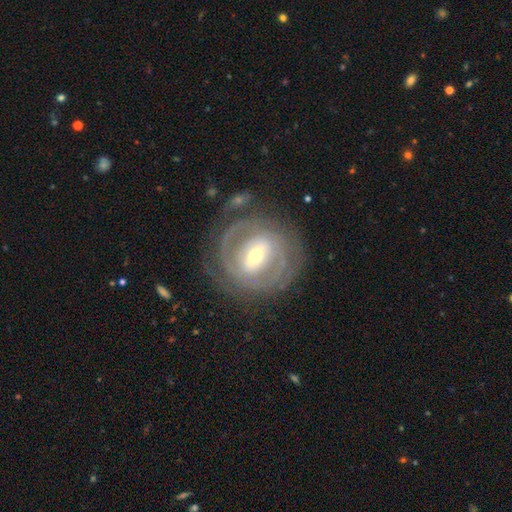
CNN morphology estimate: Smooth or featured? featured or disk (83%)
Edge-on disk? no (96%)
Bar? strong (46%)
Spiral arms? yes (85%)
Spiral winding? tight (66%)
Spiral arm count? 2 (44%)
Bulge size? moderate (47%)
Merging? none (76%)